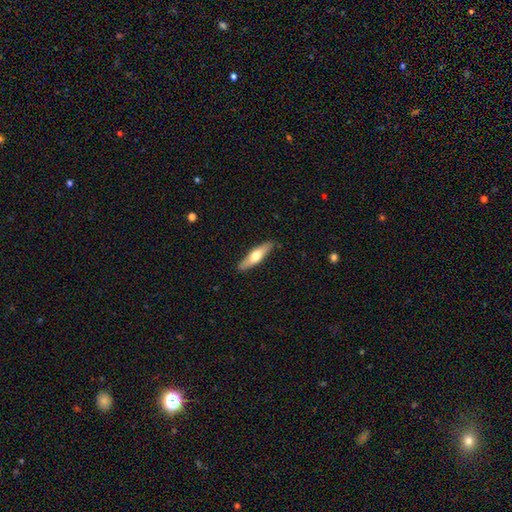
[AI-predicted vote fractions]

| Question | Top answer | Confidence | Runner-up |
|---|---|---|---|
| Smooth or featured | smooth | 51% | featured or disk (44%) |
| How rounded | cigar-shaped | 69% | in between (29%) |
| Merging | none | 87% | minor disturbance (10%) |